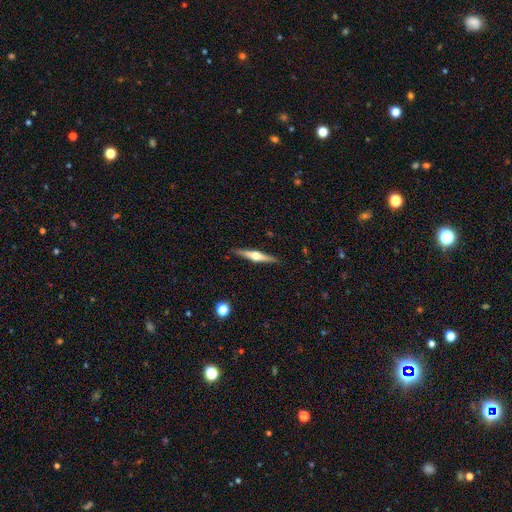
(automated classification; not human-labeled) Smooth or featured? Predicted: featured or disk (p=0.69). Edge-on disk? Predicted: yes (p=0.98). Edge-on bulge? Predicted: rounded (p=0.93). Merging? Predicted: none (p=0.89).